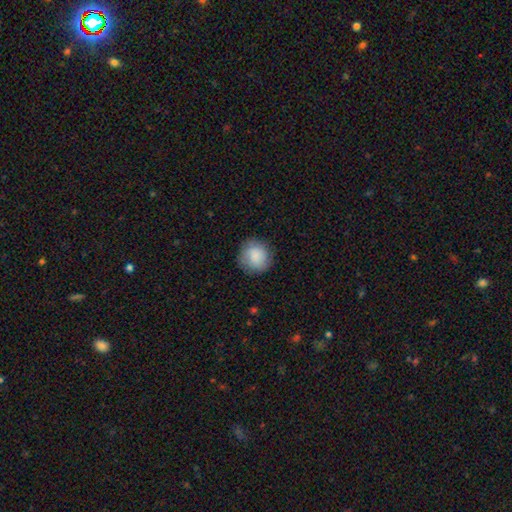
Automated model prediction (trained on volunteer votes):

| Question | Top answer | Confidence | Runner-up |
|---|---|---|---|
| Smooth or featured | smooth | 85% | featured or disk (9%) |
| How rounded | round | 91% | in between (8%) |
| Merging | none | 84% | minor disturbance (11%) |